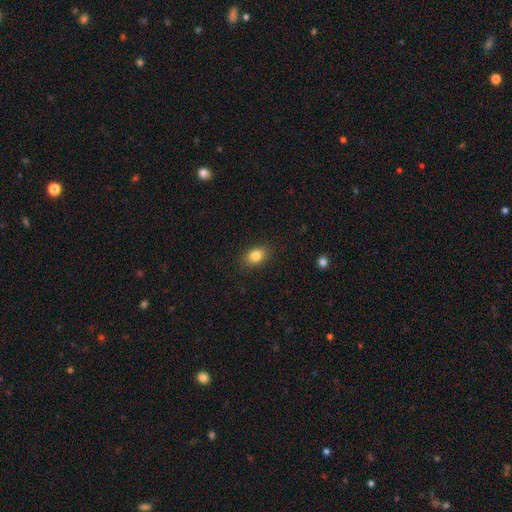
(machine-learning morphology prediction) Q: Smooth or featured?
A: smooth (83%); runner-up: star or artifact (10%)
Q: How rounded?
A: in between (74%); runner-up: round (25%)
Q: Merging?
A: none (87%); runner-up: minor disturbance (9%)